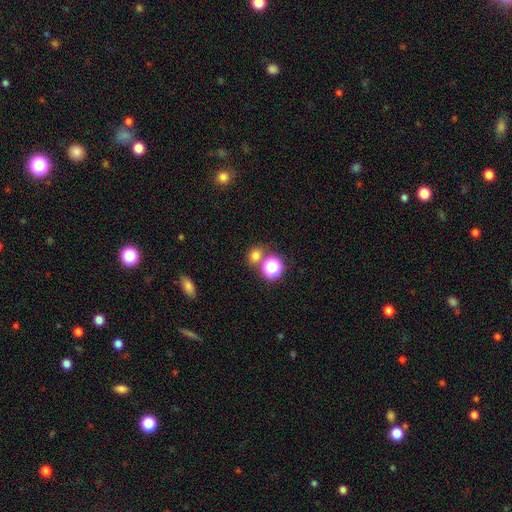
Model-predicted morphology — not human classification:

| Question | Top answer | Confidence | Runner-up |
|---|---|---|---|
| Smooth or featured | smooth | 71% | star or artifact (22%) |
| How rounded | round | 71% | in between (27%) |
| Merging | none | 67% | merger (21%) |